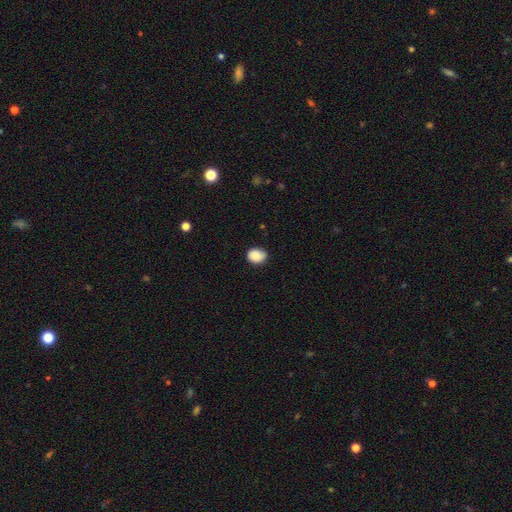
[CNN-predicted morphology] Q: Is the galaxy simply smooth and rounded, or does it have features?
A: smooth — 85%.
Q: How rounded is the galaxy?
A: round — 54%.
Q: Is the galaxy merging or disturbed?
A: none — 73%.